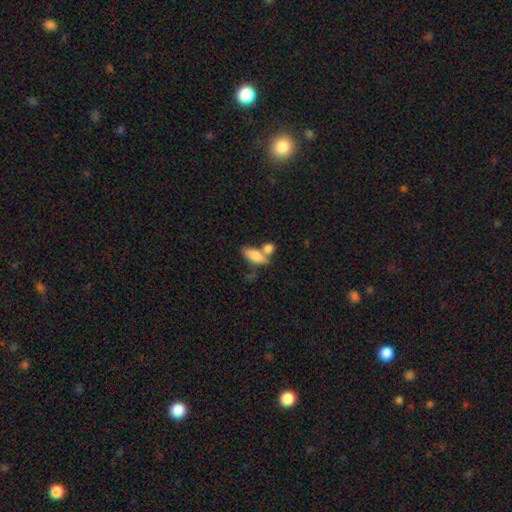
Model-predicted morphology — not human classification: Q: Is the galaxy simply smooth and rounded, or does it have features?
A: smooth — 79%.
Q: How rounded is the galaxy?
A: in between — 78%.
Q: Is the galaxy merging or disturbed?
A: merger — 44%.